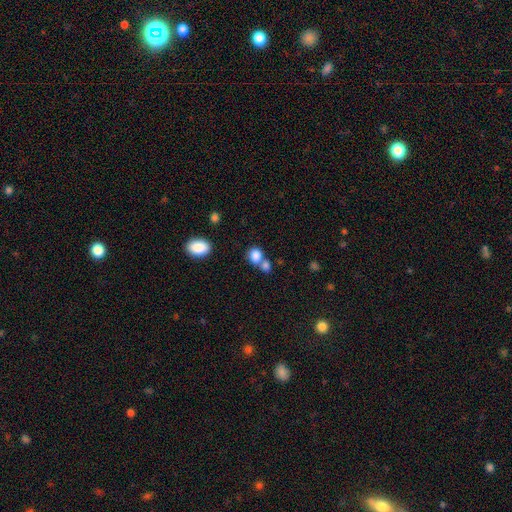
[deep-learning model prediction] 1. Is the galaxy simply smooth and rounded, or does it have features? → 84% smooth, 9% star or artifact, 6% featured or disk.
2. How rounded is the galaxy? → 61% round, 37% in between, 1% cigar-shaped.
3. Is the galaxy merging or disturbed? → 48% merger, 39% none, 9% minor disturbance, 4% major disturbance.